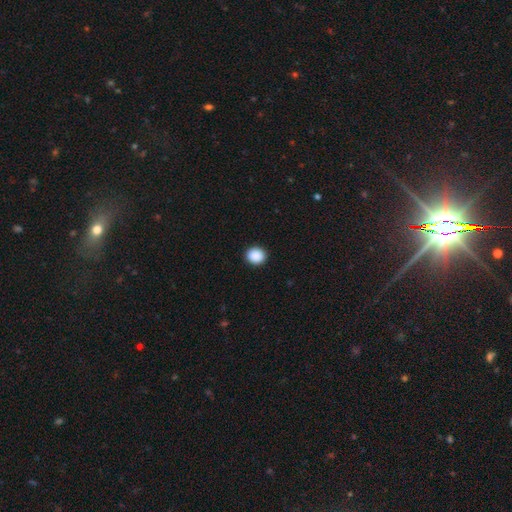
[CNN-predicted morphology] The model was most divided on "how rounded": round: 80%, in between: 19%, cigar-shaped: 1%. More confident: merging — none (92%); smooth or featured — smooth (90%).